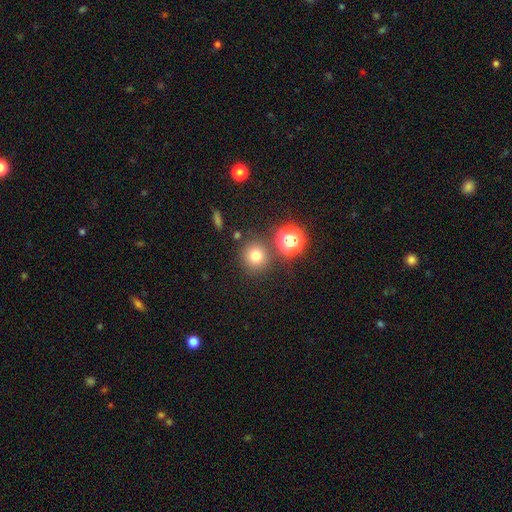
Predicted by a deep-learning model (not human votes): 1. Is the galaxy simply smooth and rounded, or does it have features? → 75% smooth, 18% star or artifact, 8% featured or disk.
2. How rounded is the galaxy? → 93% round, 6% in between, 1% cigar-shaped.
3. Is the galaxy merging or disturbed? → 81% none, 8% minor disturbance, 8% merger, 3% major disturbance.